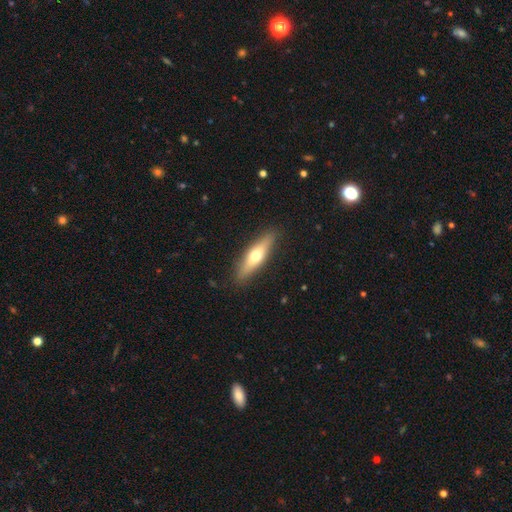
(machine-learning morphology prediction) smooth 52%, featured or disk 42%, star or artifact 6%. Down the decision tree: how rounded — cigar-shaped (68%); merging — none (88%).